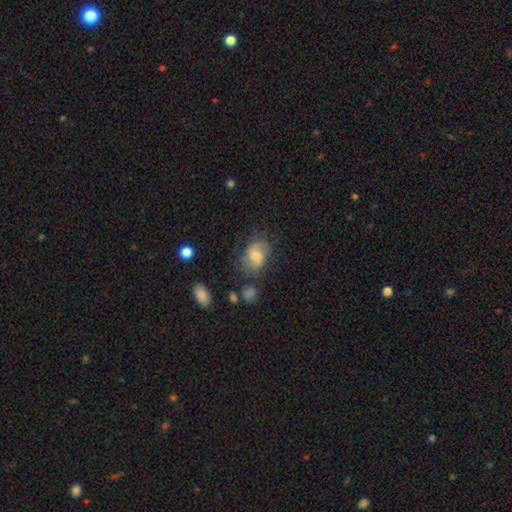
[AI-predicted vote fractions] Morphology: type=smooth (53%); roundness=in between (73%); merging=none (60%).